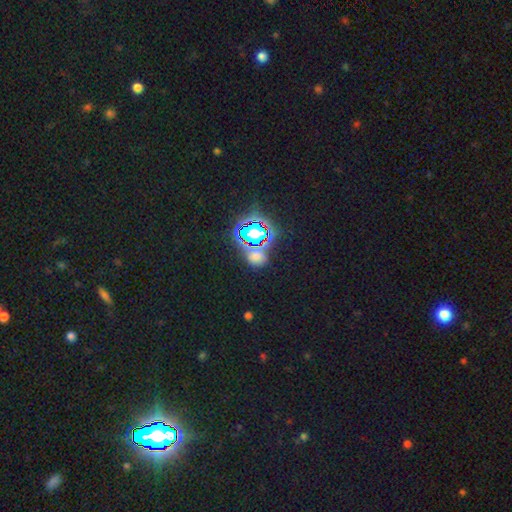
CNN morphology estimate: Overall: star or artifact (59%; smooth 33%).